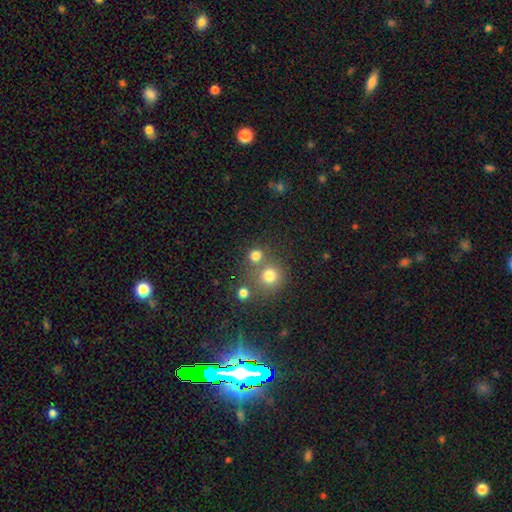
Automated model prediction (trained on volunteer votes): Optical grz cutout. It shows a smooth galaxy with no disk features (77%) that is round (87%). Merging: none (64%).